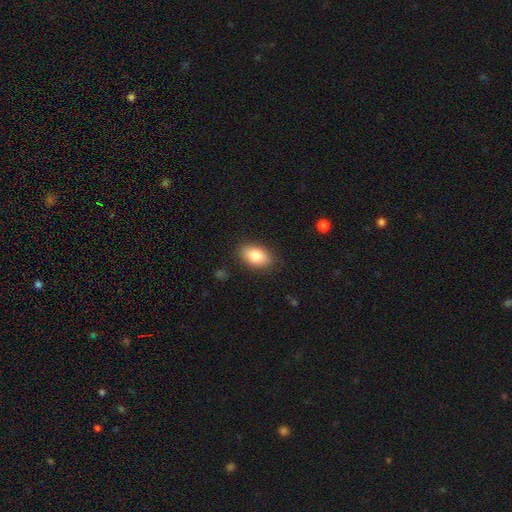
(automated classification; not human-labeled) Q: Smooth or featured?
A: smooth (85%); runner-up: featured or disk (8%)
Q: How rounded?
A: in between (91%); runner-up: round (7%)
Q: Merging?
A: none (86%); runner-up: minor disturbance (11%)